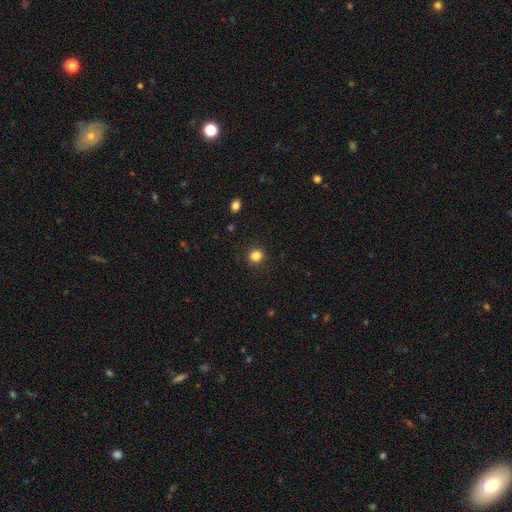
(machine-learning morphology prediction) Smooth or featured: smooth — 84% (star or artifact — 12%)
How rounded: round — 88% (in between — 11%)
Merging: none — 91% (minor disturbance — 6%)